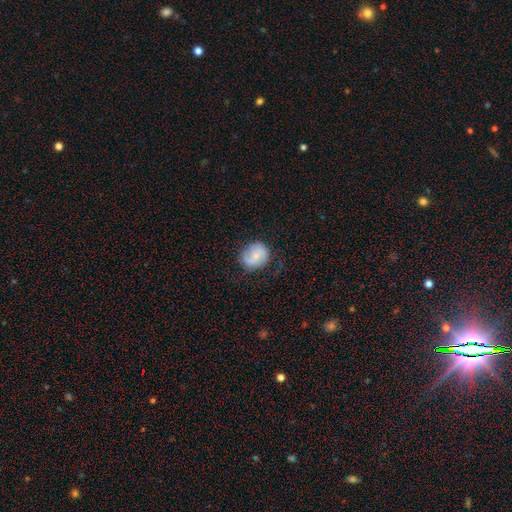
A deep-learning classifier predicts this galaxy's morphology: Smooth or featured: smooth — 57% (featured or disk — 35%)
How rounded: round — 71% (in between — 28%)
Merging: none — 64% (minor disturbance — 24%)